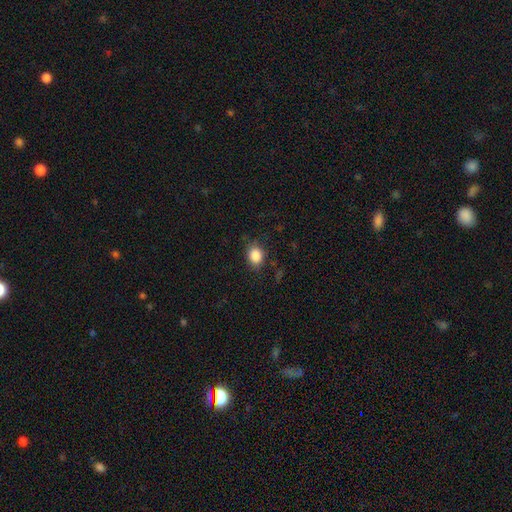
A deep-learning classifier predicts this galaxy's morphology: The model was most divided on "how rounded": round: 51%, in between: 48%, cigar-shaped: 1%. More confident: smooth or featured — smooth (86%); merging — none (78%).